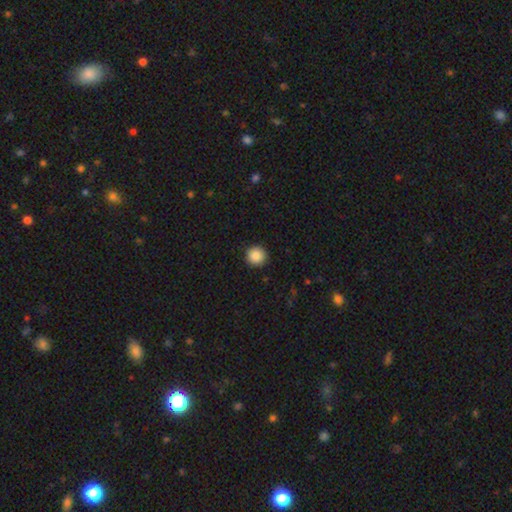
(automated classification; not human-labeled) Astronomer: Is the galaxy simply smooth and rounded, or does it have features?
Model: smooth — 88%.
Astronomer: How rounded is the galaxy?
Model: round — 95%.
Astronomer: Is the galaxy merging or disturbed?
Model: none — 92%.